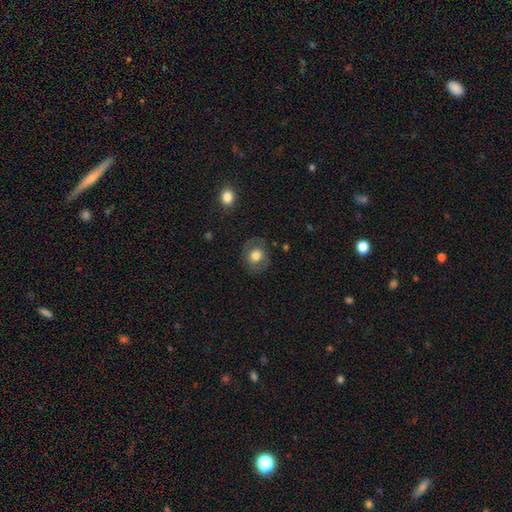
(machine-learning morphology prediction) Smooth or featured?
  - smooth: 68% *
  - featured or disk: 23%
  - star or artifact: 9%
How rounded?
  - round: 69% *
  - in between: 30%
  - cigar-shaped: 1%
Merging?
  - none: 76% *
  - minor disturbance: 16%
  - major disturbance: 7%
  - merger: 1%